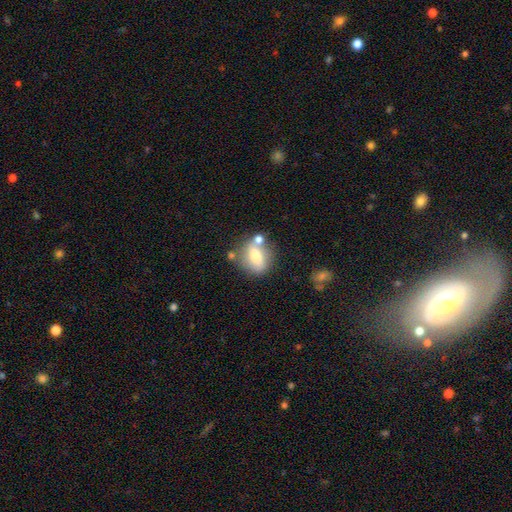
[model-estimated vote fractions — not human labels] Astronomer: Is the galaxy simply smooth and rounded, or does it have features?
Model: smooth — 58%.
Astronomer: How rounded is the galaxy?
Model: in between — 56% (runner-up: round, 36%).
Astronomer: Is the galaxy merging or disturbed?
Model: none — 60%.